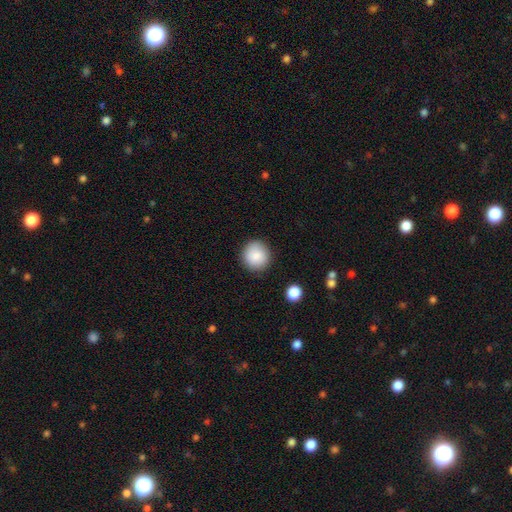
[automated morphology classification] smooth_or_featured: smooth (p=0.87) [alt: star or artifact p=0.08]
how_rounded: round (p=0.93) [alt: in between p=0.06]
merging: none (p=0.89) [alt: minor disturbance p=0.07]